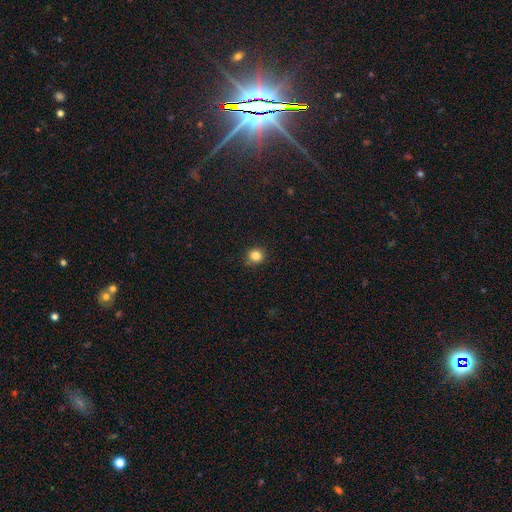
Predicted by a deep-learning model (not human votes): The model was most divided on "smooth or featured": smooth: 84%, star or artifact: 12%, featured or disk: 4%. More confident: how rounded — round (90%); merging — none (88%).